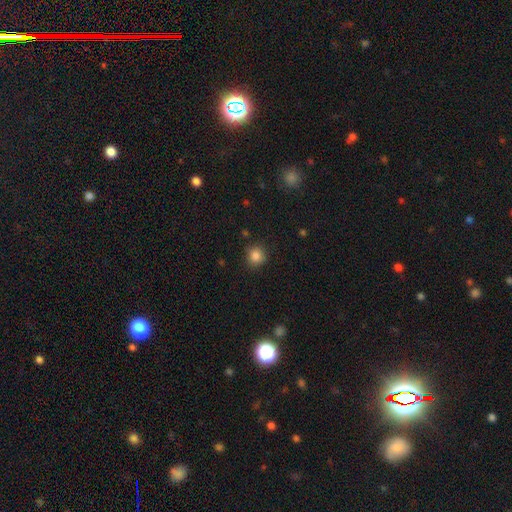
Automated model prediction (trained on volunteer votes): Q: Smooth or featured?
A: smooth (85%); runner-up: star or artifact (11%)
Q: How rounded?
A: round (90%); runner-up: in between (9%)
Q: Merging?
A: none (87%); runner-up: minor disturbance (9%)